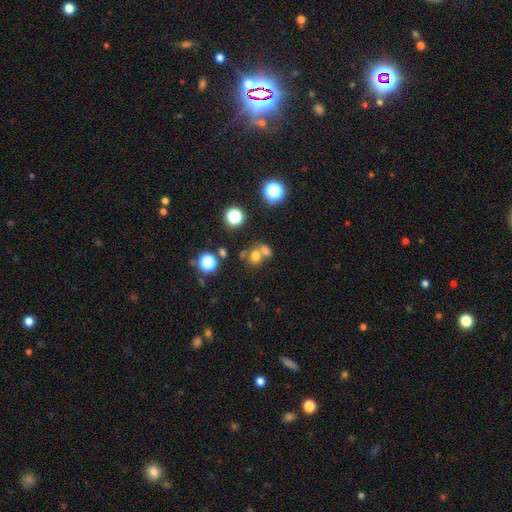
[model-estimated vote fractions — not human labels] Overall: smooth (67%). How rounded: round (74%). Merging: merger (49%; none 40%).